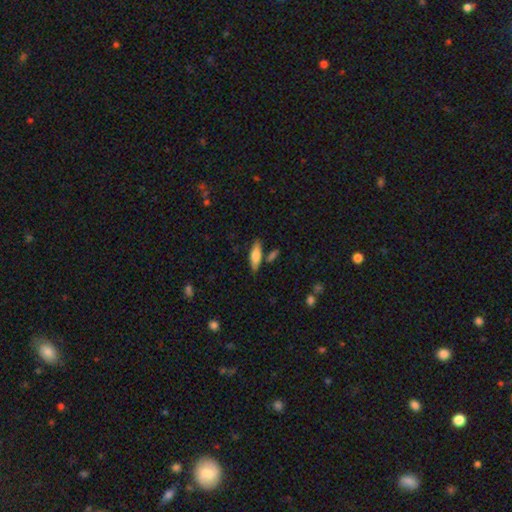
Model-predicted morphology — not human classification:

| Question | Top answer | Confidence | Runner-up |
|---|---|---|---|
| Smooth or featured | smooth | 73% | featured or disk (21%) |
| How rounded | in between | 54% | cigar-shaped (44%) |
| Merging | none | 77% | minor disturbance (13%) |